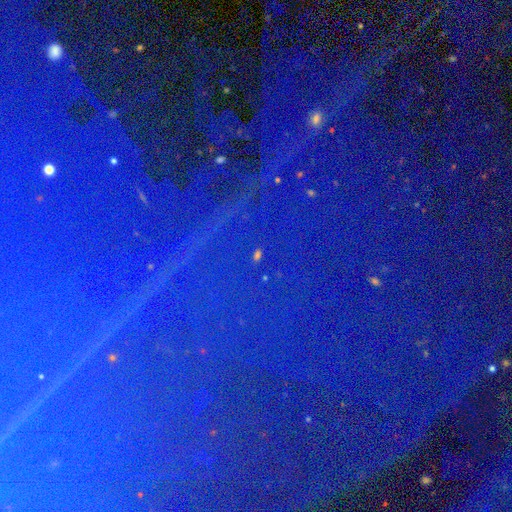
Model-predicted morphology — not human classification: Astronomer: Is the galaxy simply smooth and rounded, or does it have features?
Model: star or artifact — 88%.